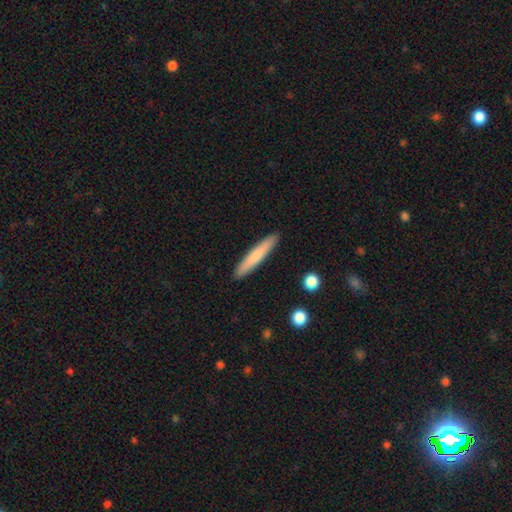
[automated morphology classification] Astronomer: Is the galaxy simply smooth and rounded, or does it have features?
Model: smooth — 71%.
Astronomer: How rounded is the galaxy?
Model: cigar-shaped — 94%.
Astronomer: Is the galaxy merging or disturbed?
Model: none — 91%.